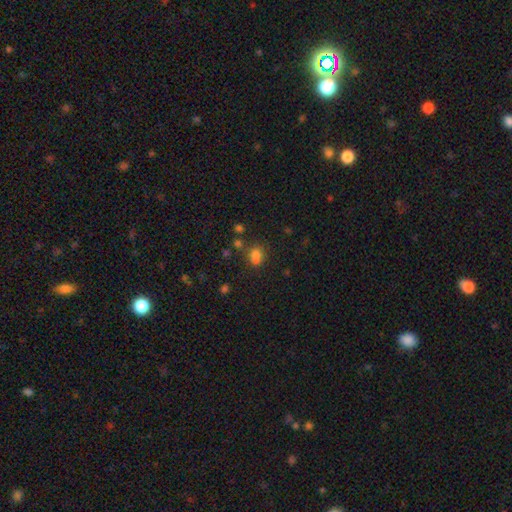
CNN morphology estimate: This is likely a smooth galaxy (73%). How rounded: possibly round (60%). Merging: marginally none (43%).